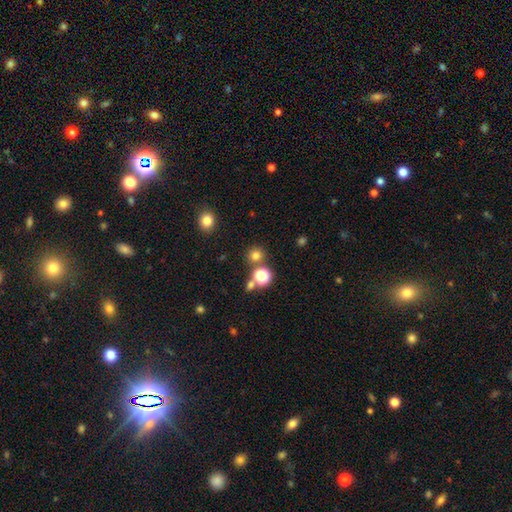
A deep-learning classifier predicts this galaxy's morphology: This appears to be a smooth galaxy with no disk features (74%) that is round (91%). Merging: none (77%).